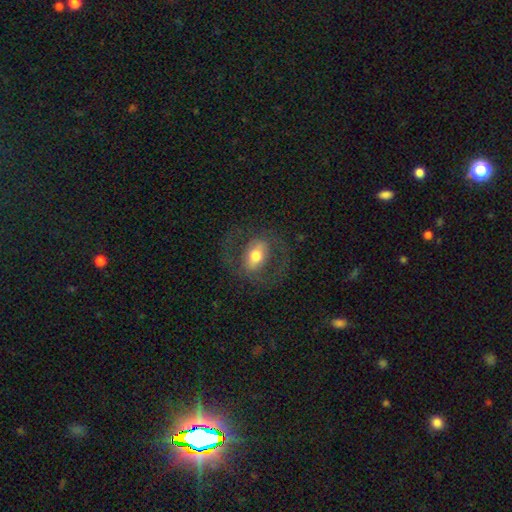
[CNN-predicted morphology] Smooth or featured: featured or disk — 56% (smooth — 37%)
Edge-on disk: no — 91% (yes — 9%)
Bar: strong — 35% (weak — 33%)
Spiral arms: no — 56% (yes — 44%)
Bulge size: moderate — 63% (large — 24%)
Merging: none — 71% (major disturbance — 14%)